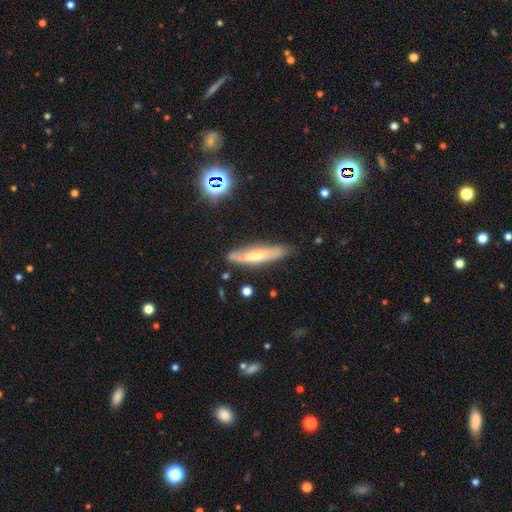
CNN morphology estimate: smooth-or-featured: featured or disk: 47% | smooth: 43% | star or artifact: 10%
  merging: none: 76% | minor disturbance: 17% | major disturbance: 4% | merger: 3%